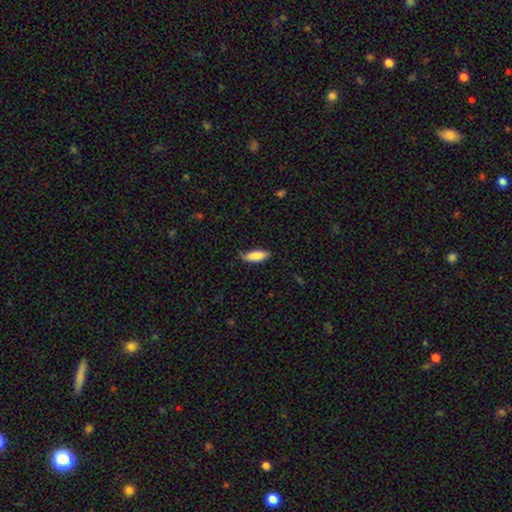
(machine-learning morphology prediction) Overall: smooth (85%). How rounded: in between (66%; cigar-shaped 32%). Merging: none (71%).